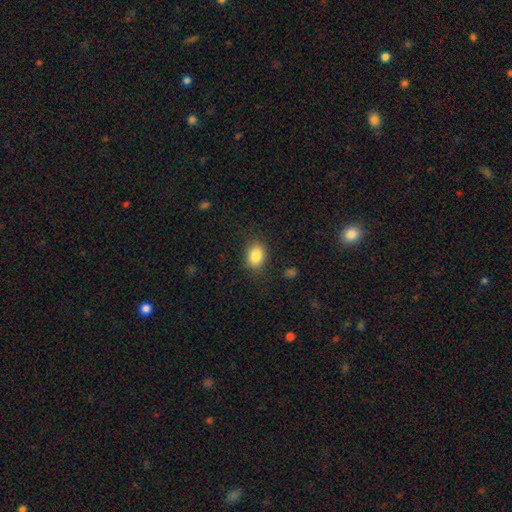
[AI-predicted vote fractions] Overall: smooth (85%). How rounded: in between (66%; round 33%). Merging: none (84%).